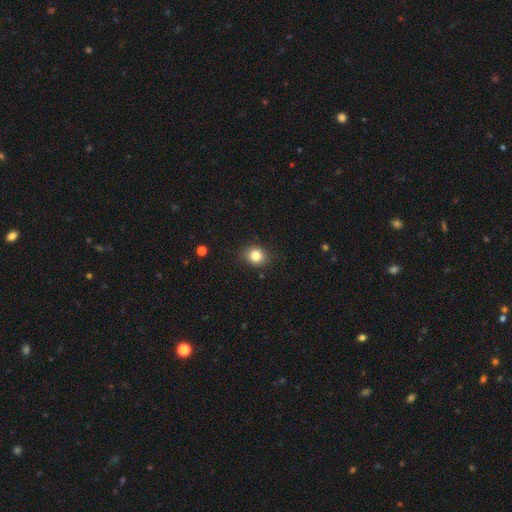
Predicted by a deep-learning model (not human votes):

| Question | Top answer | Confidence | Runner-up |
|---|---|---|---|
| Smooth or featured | smooth | 82% | star or artifact (11%) |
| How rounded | round | 65% | in between (34%) |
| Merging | none | 86% | minor disturbance (10%) |